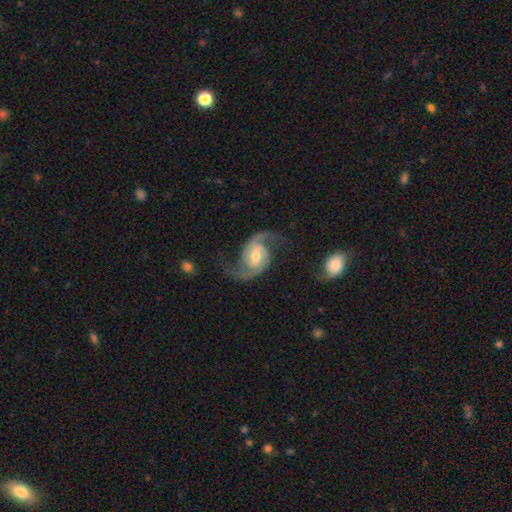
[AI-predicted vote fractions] This appears to be a featured or disk galaxy (91%) with a weak bar (45%), 2 (93%) loose (44%, tied with medium) spiral arms (98%) and a moderate central bulge (69%). Merging: none (72%).